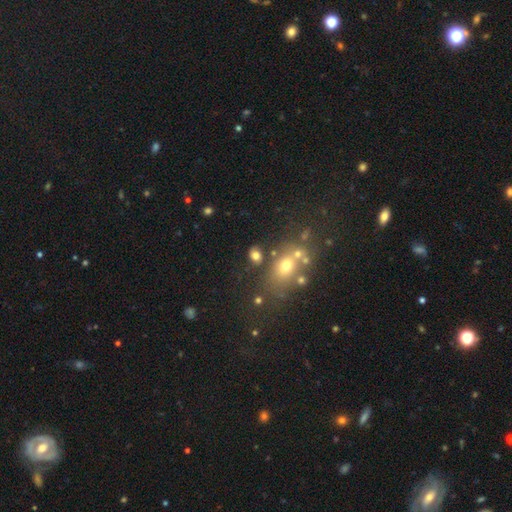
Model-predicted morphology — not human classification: smooth 72%, star or artifact 16%, featured or disk 12%. Down the decision tree: how rounded — in between (68%); merging — none (68%).